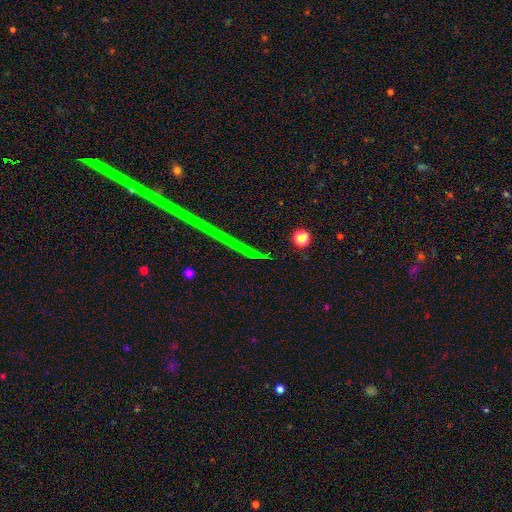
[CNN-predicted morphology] Q: Smooth or featured?
A: star or artifact (84%); runner-up: featured or disk (9%)